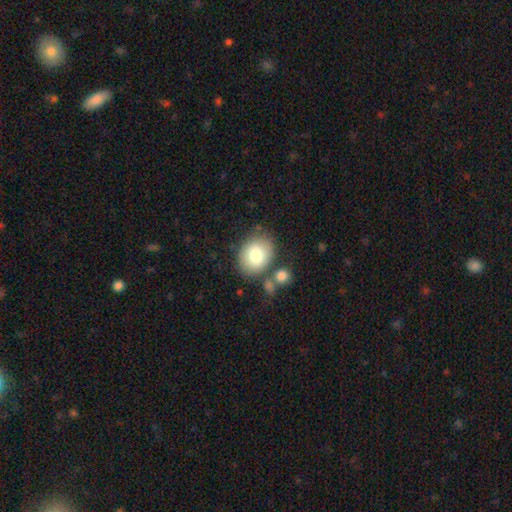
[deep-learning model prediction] Smooth or featured: smooth — 78% (featured or disk — 14%)
How rounded: in between — 51% (round — 48%)
Merging: none — 70% (minor disturbance — 14%)